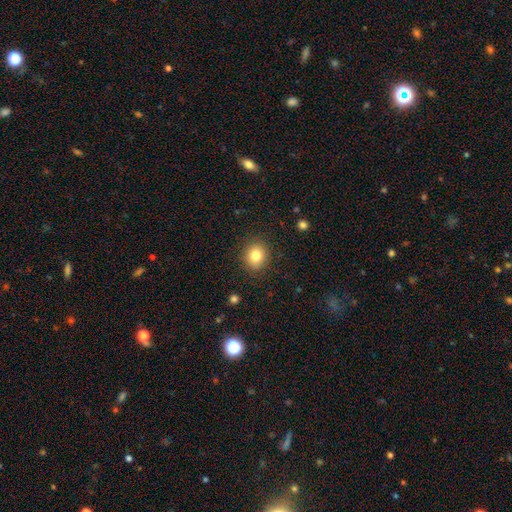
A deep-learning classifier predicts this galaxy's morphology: smooth_or_featured: smooth (p=0.81) [alt: star or artifact p=0.10]
how_rounded: round (p=0.74) [alt: in between p=0.25]
merging: none (p=0.88) [alt: minor disturbance p=0.08]